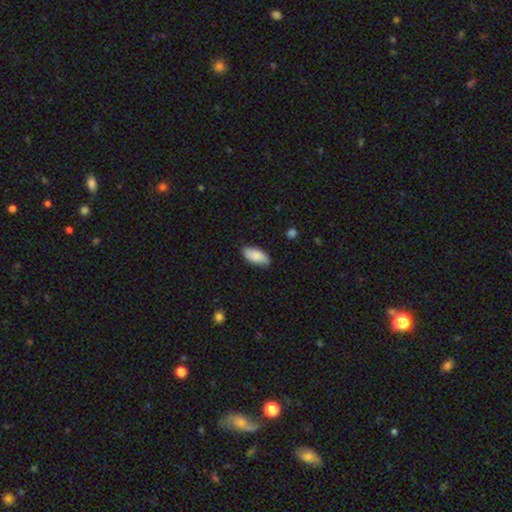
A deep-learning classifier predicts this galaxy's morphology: smooth-or-featured: smooth: 85% | featured or disk: 9% | star or artifact: 6%
  how-rounded: in between: 89% | cigar-shaped: 9% | round: 2%
  merging: none: 82% | minor disturbance: 14% | major disturbance: 2% | merger: 1%